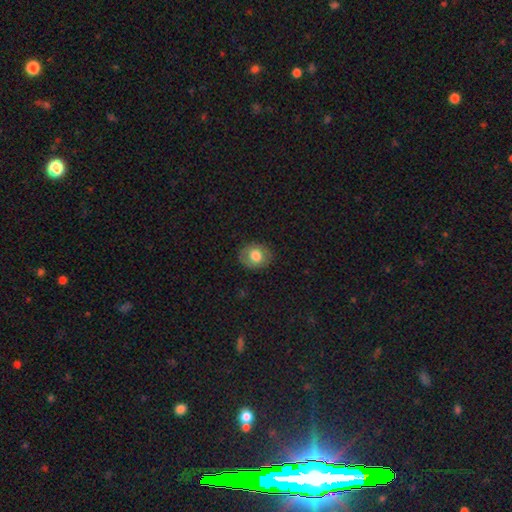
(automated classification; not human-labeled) A smooth galaxy with no disk features (74%) that is round (65%). Merging: none (85%).